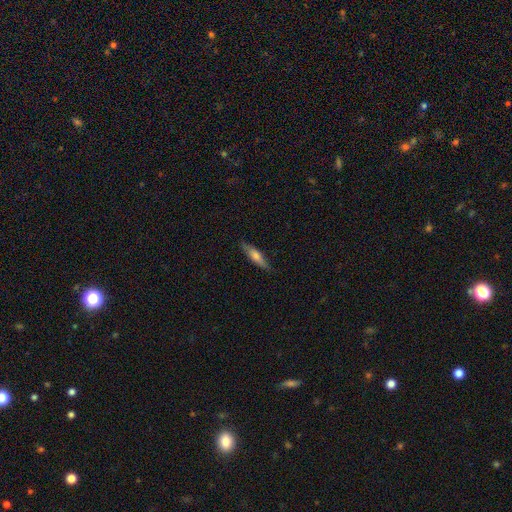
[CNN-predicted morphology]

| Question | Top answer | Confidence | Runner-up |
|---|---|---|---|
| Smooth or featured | smooth | 55% | featured or disk (39%) |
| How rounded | cigar-shaped | 74% | in between (24%) |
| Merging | none | 84% | minor disturbance (13%) |